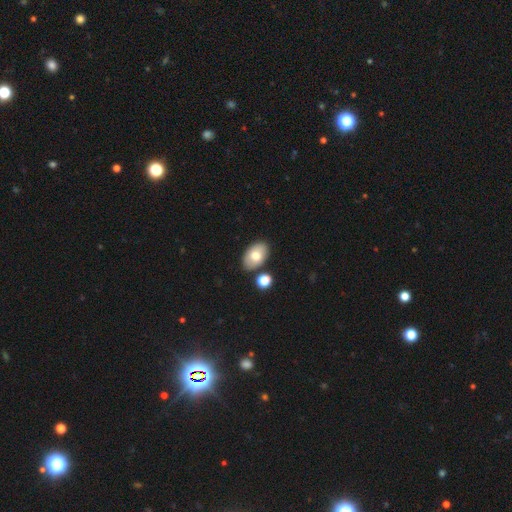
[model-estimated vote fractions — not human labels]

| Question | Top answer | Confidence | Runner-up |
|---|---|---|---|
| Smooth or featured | smooth | 73% | featured or disk (19%) |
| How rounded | in between | 90% | round (9%) |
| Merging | none | 79% | minor disturbance (11%) |